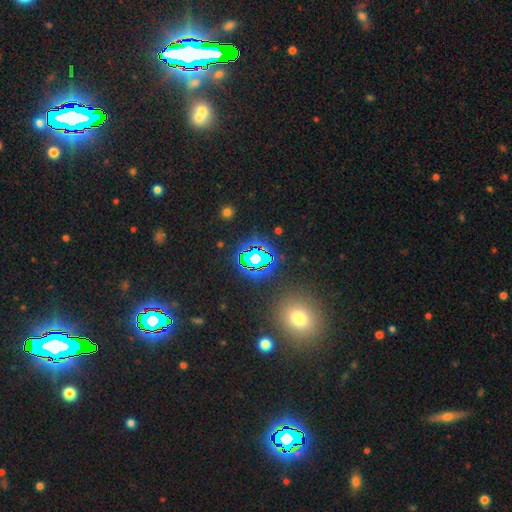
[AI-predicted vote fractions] Smooth or featured: star or artifact — 73% (smooth — 18%)